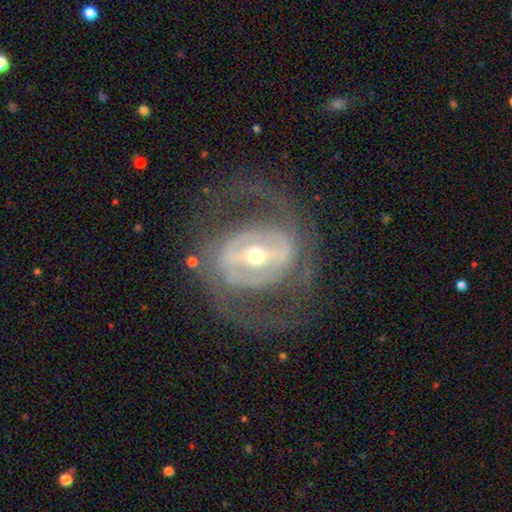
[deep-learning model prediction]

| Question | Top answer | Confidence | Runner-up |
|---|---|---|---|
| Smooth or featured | featured or disk | 86% | smooth (8%) |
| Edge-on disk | no | 94% | yes (6%) |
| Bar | strong | 59% | weak (28%) |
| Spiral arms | yes | 79% | no (21%) |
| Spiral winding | medium | 46% | tight (35%) |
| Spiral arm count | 2 | 74% | can't tell (14%) |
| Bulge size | moderate | 53% | small (41%) |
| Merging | none | 69% | major disturbance (17%) |